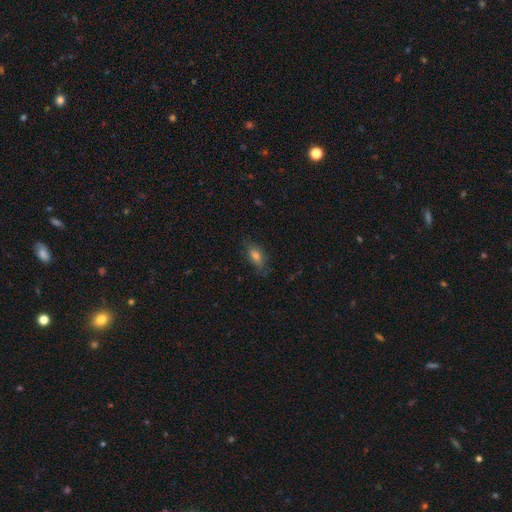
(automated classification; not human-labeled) Smooth or featured: smooth — 73% (featured or disk — 16%)
How rounded: in between — 78% (cigar-shaped — 17%)
Merging: none — 73% (minor disturbance — 20%)